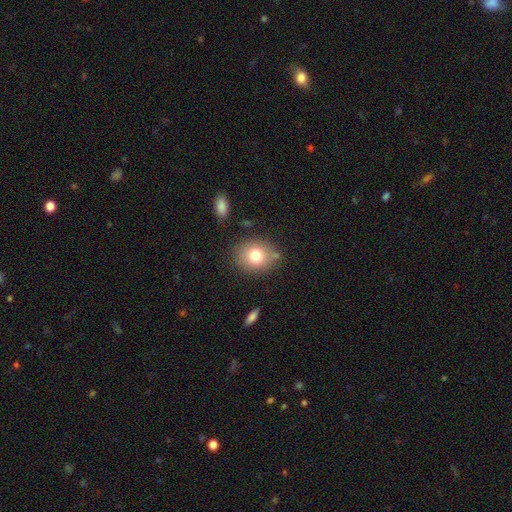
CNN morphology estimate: Smooth or featured: smooth — 77% (featured or disk — 13%)
How rounded: round — 64% (in between — 35%)
Merging: none — 77% (minor disturbance — 14%)